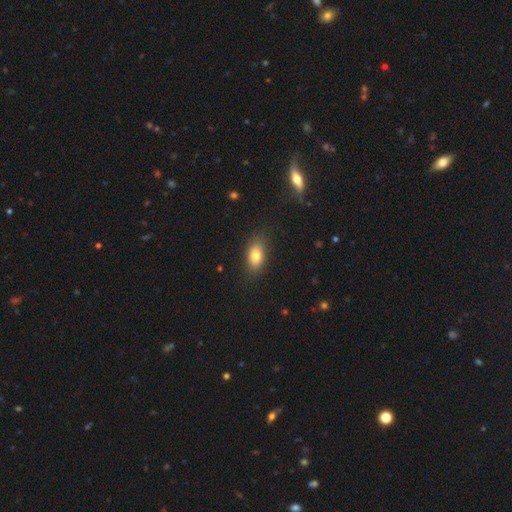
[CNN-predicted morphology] type=smooth (78%); roundness=in between (84%); merging=none (83%).